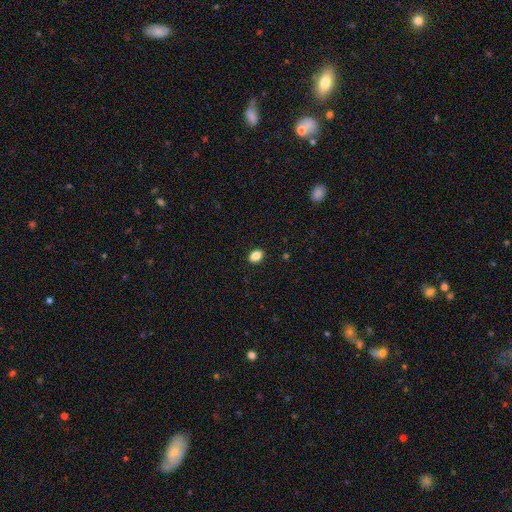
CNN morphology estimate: A smooth galaxy with no disk features (86%) that is in between round and cigar-shaped (75%).

Vote fractions:
- Smooth or featured? smooth: 86% / star or artifact: 10% / featured or disk: 4%
- How rounded? in between: 75% / round: 24% / cigar-shaped: 1%
- Merging? none: 90% / minor disturbance: 8% / major disturbance: 2% / merger: 1%